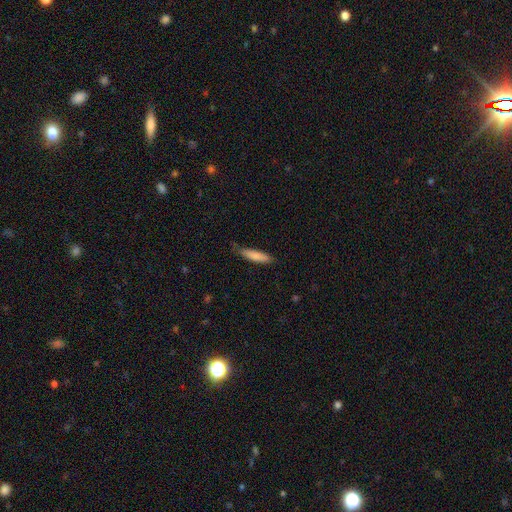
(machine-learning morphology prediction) A smooth galaxy with no disk features (82%) that is cigar-shaped (80%). Merging: none (74%).